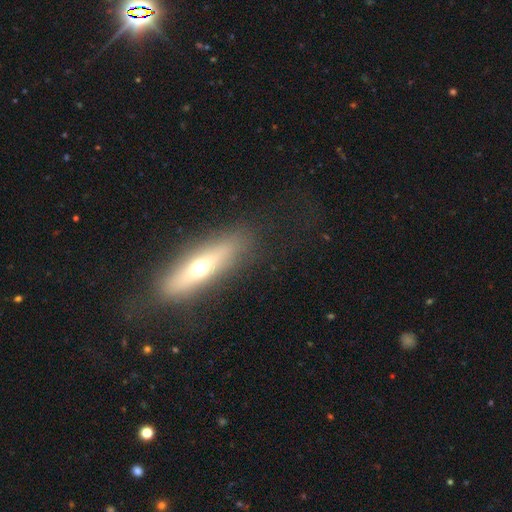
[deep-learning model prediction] Smooth or featured?
  - featured or disk: 53% *
  - smooth: 37%
  - star or artifact: 9%
Edge-on disk?
  - yes: 69% *
  - no: 31%
Merging?
  - none: 76% *
  - minor disturbance: 15%
  - major disturbance: 7%
  - merger: 2%